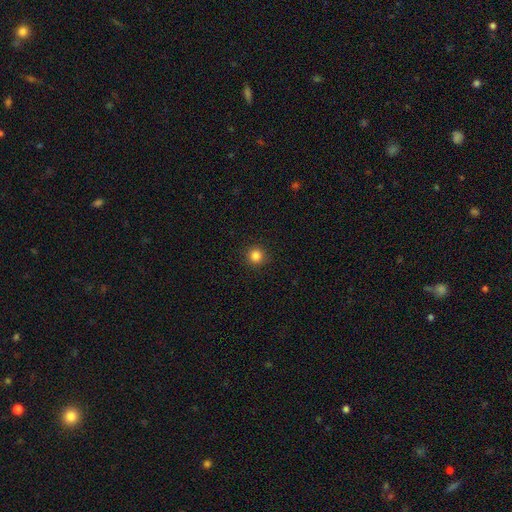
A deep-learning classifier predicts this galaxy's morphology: Smooth or featured? smooth (84%)
How rounded? round (95%)
Merging? none (92%)